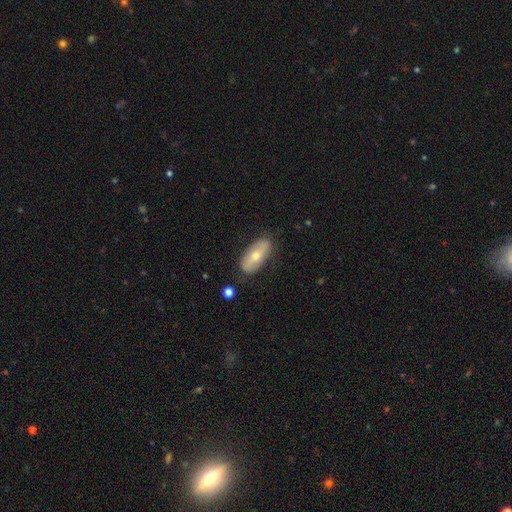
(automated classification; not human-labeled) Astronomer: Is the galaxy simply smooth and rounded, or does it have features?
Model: smooth — 49% (runner-up: featured or disk, 44%).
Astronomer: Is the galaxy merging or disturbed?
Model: none — 79%.